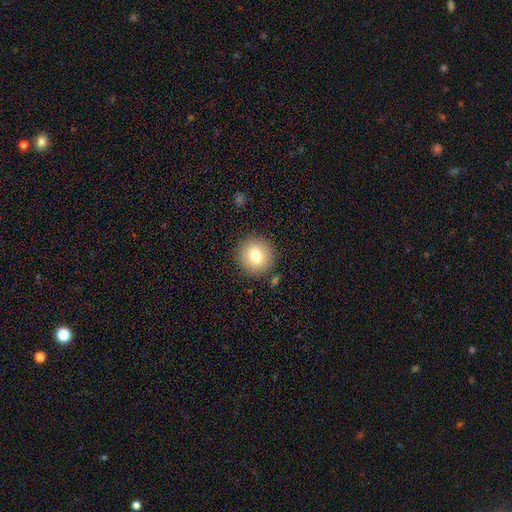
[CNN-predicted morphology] A smooth galaxy with no disk features (79%) that is round (93%). Merging: none (89%).